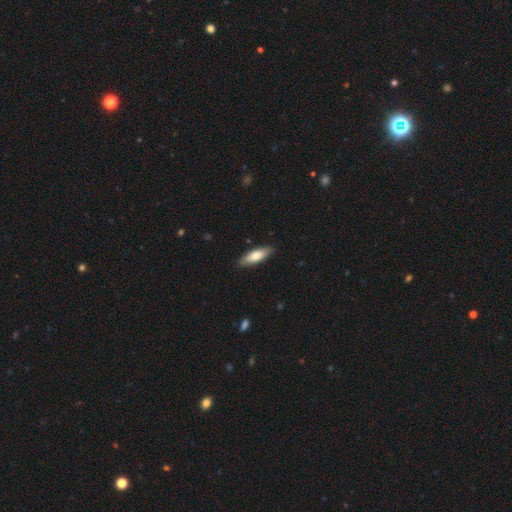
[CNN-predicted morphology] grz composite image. It shows a smooth galaxy with no disk features (74%) that is in between round and cigar-shaped (58%). Merging: none (86%).